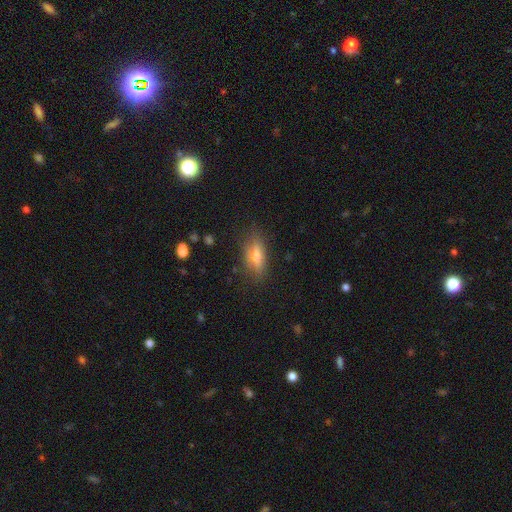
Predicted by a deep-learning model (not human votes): This appears to be a smooth galaxy with no disk features (57%) that is in between round and cigar-shaped (60%). Merging: none (79%).